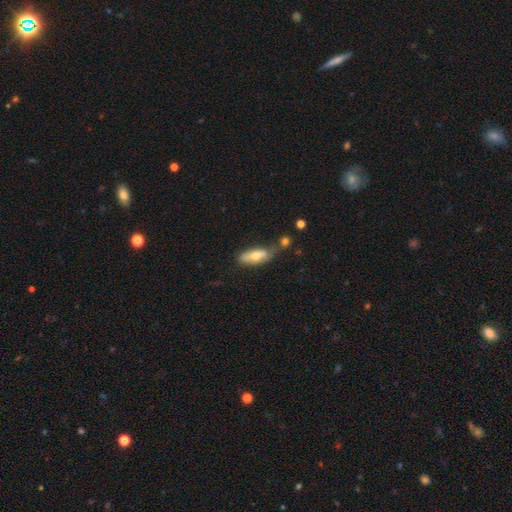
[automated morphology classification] Smooth or featured: smooth — 61% (featured or disk — 32%)
How rounded: in between — 62% (cigar-shaped — 36%)
Merging: none — 46% (minor disturbance — 26%)